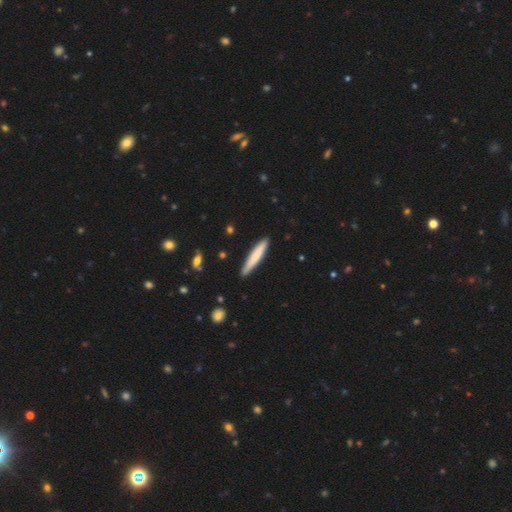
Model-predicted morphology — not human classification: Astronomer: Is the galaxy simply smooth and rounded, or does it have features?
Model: smooth — 72%.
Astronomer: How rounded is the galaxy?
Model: cigar-shaped — 93%.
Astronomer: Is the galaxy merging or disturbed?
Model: none — 88%.